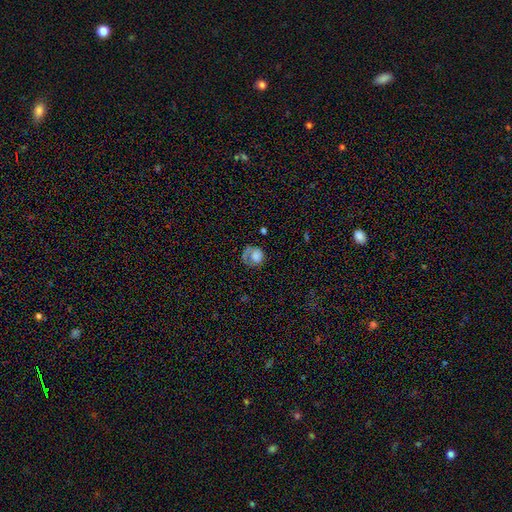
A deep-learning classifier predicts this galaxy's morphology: smooth 68%, featured or disk 21%, star or artifact 10%. Down the decision tree: how rounded — round (80%); merging — none (47%).